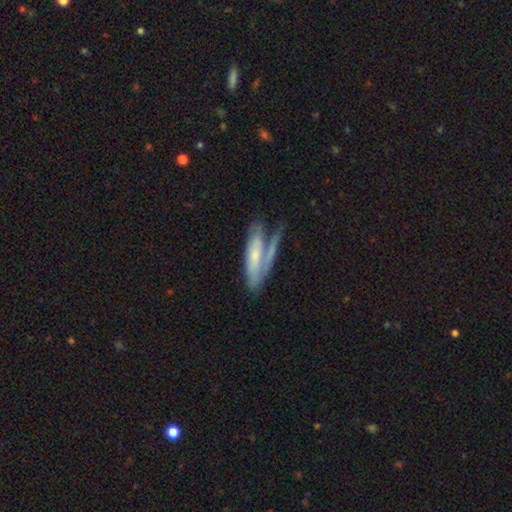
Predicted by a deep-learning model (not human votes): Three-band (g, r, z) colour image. It shows a smooth galaxy with no disk features (51%) that is cigar-shaped (54%). Merging: none (37%).